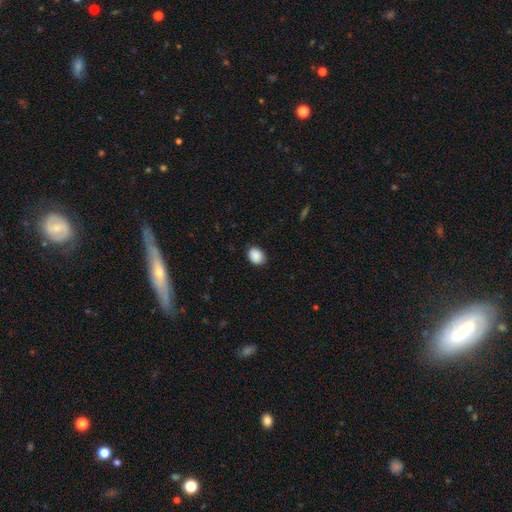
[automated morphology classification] Smooth or featured? smooth (90%)
How rounded? in between (56%)
Merging? none (86%)